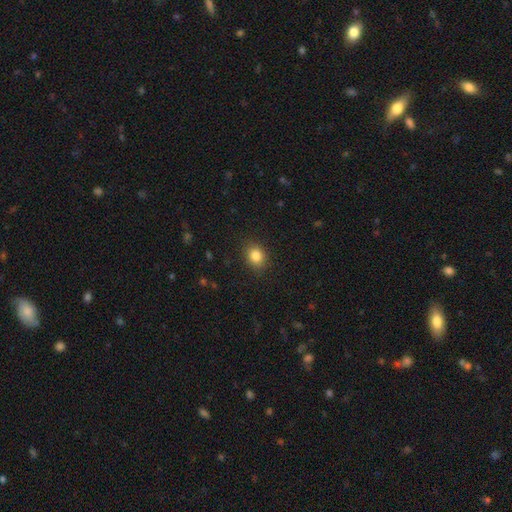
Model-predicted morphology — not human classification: smooth-or-featured: smooth: 84% | star or artifact: 11% | featured or disk: 5%
  how-rounded: round: 61% | in between: 39% | cigar-shaped: 1%
  merging: none: 87% | minor disturbance: 9% | major disturbance: 3% | merger: 1%